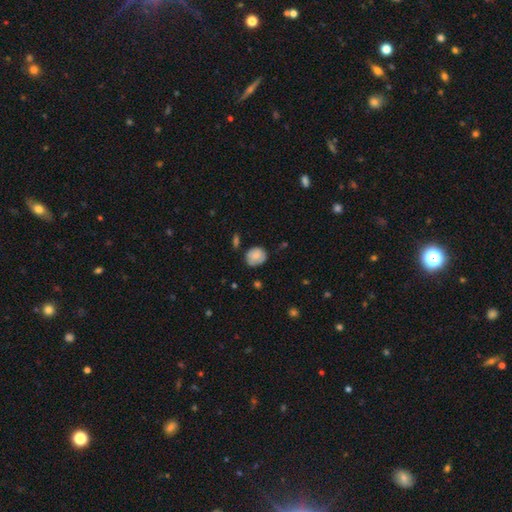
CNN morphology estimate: A smooth galaxy with no disk features (77%) that is round (66%).

Vote fractions:
- Smooth or featured? smooth: 77% / featured or disk: 15% / star or artifact: 8%
- How rounded? round: 66% / in between: 33% / cigar-shaped: 1%
- Merging? none: 63% / minor disturbance: 28% / major disturbance: 6% / merger: 3%